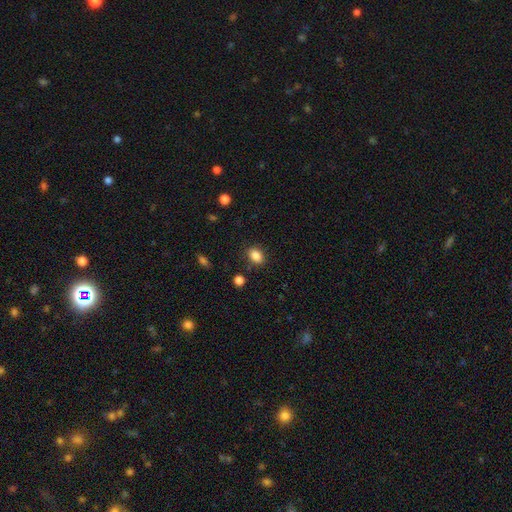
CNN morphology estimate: Smooth or featured? smooth (86%)
How rounded? in between (76%)
Merging? none (84%)